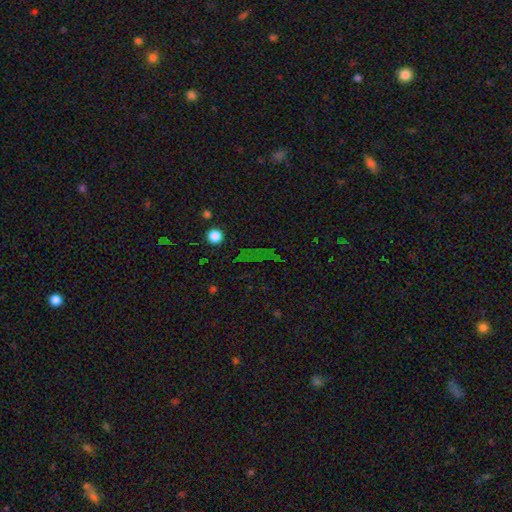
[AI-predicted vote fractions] A star or artifact, not a galaxy (62%).

Vote fractions:
- Smooth or featured? star or artifact: 62% / smooth: 26% / featured or disk: 12%